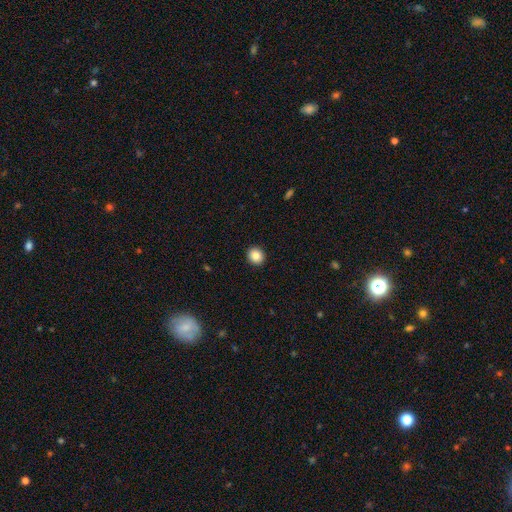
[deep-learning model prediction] smooth-or-featured: smooth: 85% | star or artifact: 9% | featured or disk: 6%
  how-rounded: round: 84% | in between: 15% | cigar-shaped: 1%
  merging: none: 93% | minor disturbance: 5% | major disturbance: 1% | merger: 1%